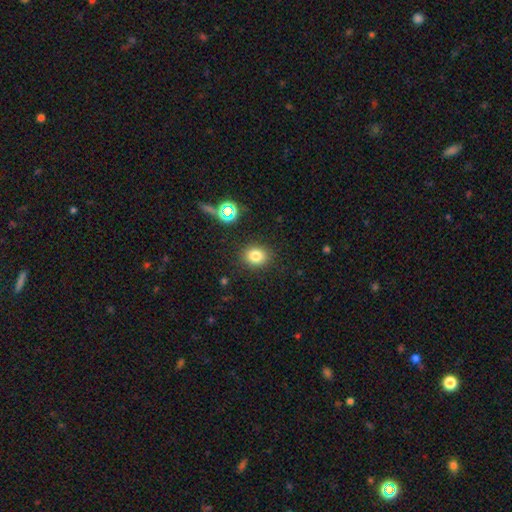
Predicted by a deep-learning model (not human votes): Smooth or featured?
  - smooth: 79% *
  - star or artifact: 14%
  - featured or disk: 6%
How rounded?
  - round: 68% *
  - in between: 31%
  - cigar-shaped: 1%
Merging?
  - none: 87% *
  - minor disturbance: 8%
  - major disturbance: 3%
  - merger: 2%